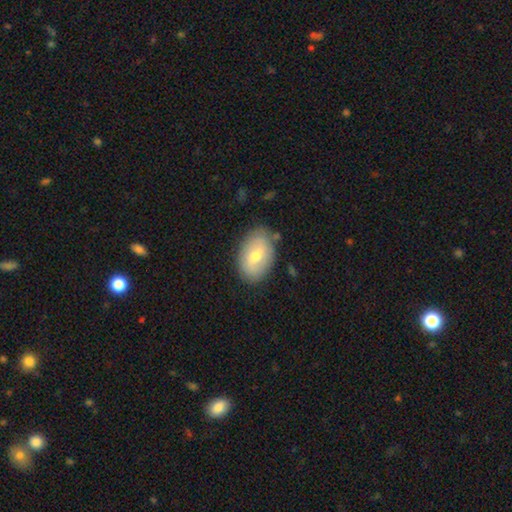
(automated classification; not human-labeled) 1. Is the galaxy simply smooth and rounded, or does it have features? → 64% smooth, 30% featured or disk, 7% star or artifact.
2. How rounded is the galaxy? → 88% in between, 11% round, 1% cigar-shaped.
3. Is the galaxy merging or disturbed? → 81% none, 14% minor disturbance, 3% major disturbance, 2% merger.